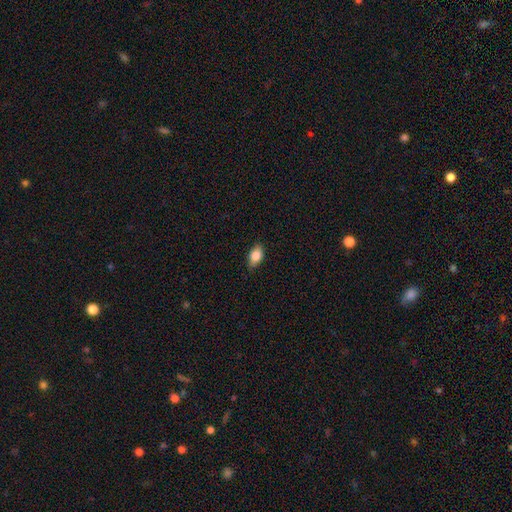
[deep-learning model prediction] smooth-or-featured: smooth: 83% | featured or disk: 9% | star or artifact: 8%
  how-rounded: in between: 88% | round: 8% | cigar-shaped: 3%
  merging: none: 84% | minor disturbance: 13% | major disturbance: 2% | merger: 1%